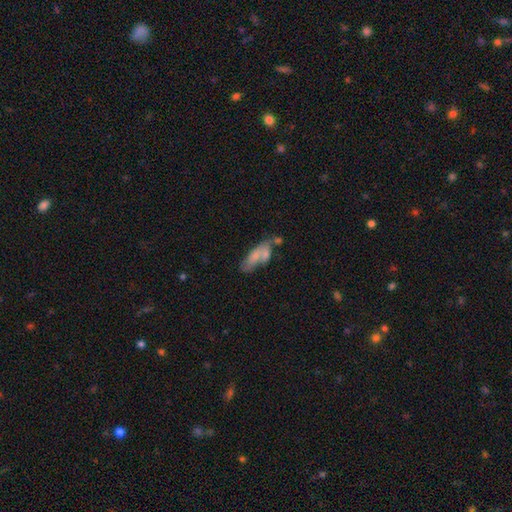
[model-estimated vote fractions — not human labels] Smooth or featured? smooth (63%)
How rounded? in between (65%)
Merging? merger (36%)